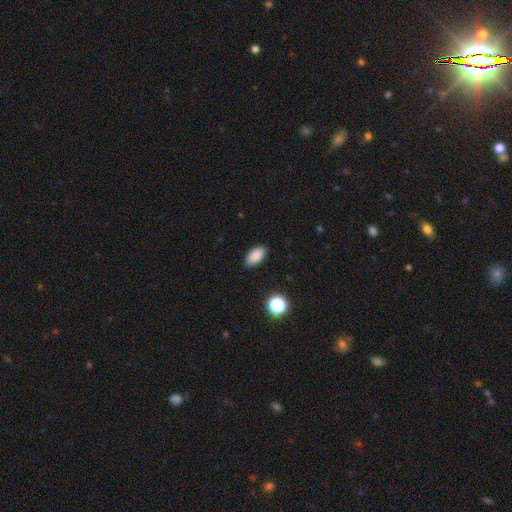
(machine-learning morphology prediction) The model was most divided on "smooth or featured": smooth: 87%, star or artifact: 9%, featured or disk: 4%. More confident: how rounded — in between (93%); merging — none (88%).